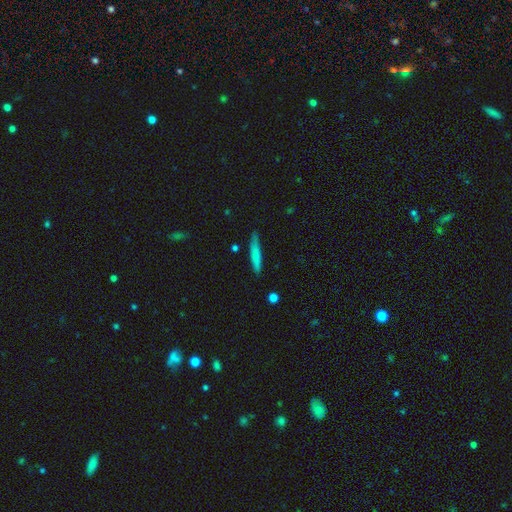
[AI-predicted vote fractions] Smooth or featured: smooth — 75% (featured or disk — 18%)
How rounded: cigar-shaped — 92% (in between — 7%)
Merging: none — 82% (minor disturbance — 13%)